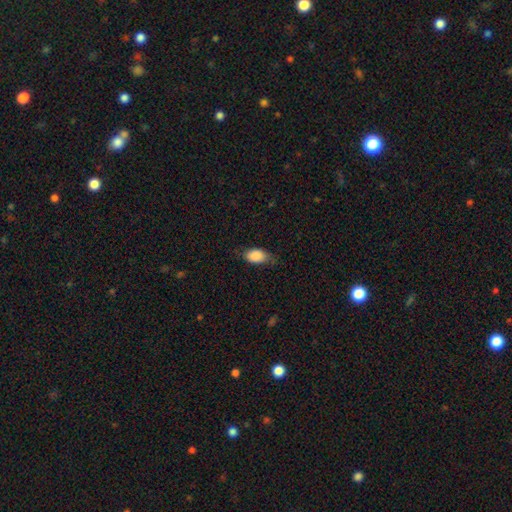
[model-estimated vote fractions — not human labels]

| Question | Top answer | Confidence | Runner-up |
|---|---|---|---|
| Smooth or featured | smooth | 87% | star or artifact (7%) |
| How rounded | in between | 91% | round (7%) |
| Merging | none | 62% | minor disturbance (29%) |